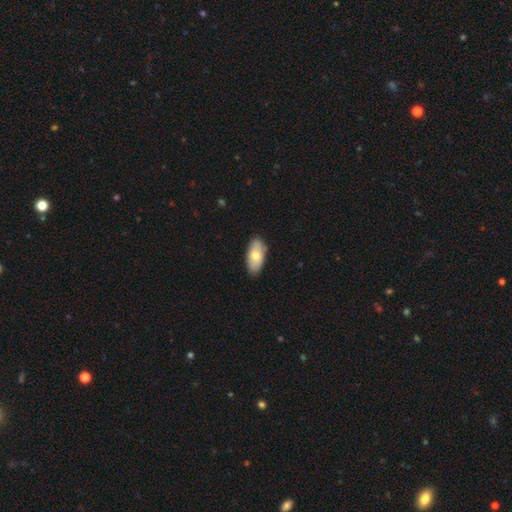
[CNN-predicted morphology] A smooth galaxy with no disk features (71%) that is in between round and cigar-shaped (93%). Merging: none (86%).